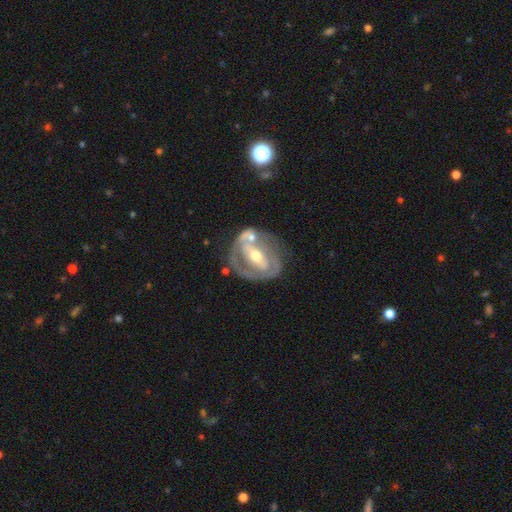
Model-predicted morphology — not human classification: smooth_or_featured: featured or disk (p=0.80) [alt: smooth p=0.14]
disk_edge_on: no (p=0.94) [alt: yes p=0.06]
bar: strong (p=0.50) [alt: weak p=0.29]
has_spiral_arms: yes (p=0.64) [alt: no p=0.36]
bulge_size: moderate (p=0.68) [alt: small p=0.24]
merging: none (p=0.49) [alt: minor disturbance p=0.19]